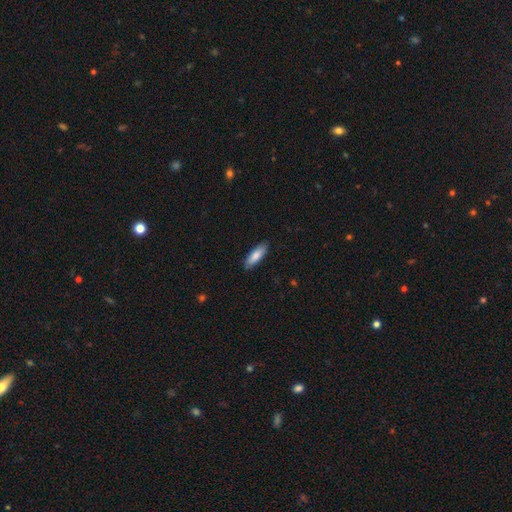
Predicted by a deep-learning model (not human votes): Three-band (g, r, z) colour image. It shows a smooth galaxy with no disk features (82%) that is in between round and cigar-shaped (50%). Merging: none (88%).